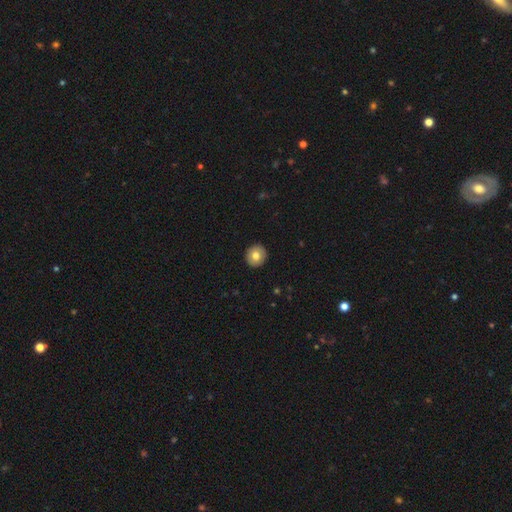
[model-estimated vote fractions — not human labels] Smooth or featured?
  - smooth: 78% *
  - featured or disk: 14%
  - star or artifact: 8%
How rounded?
  - round: 94% *
  - in between: 5%
  - cigar-shaped: 1%
Merging?
  - none: 93% *
  - minor disturbance: 5%
  - major disturbance: 1%
  - merger: 1%